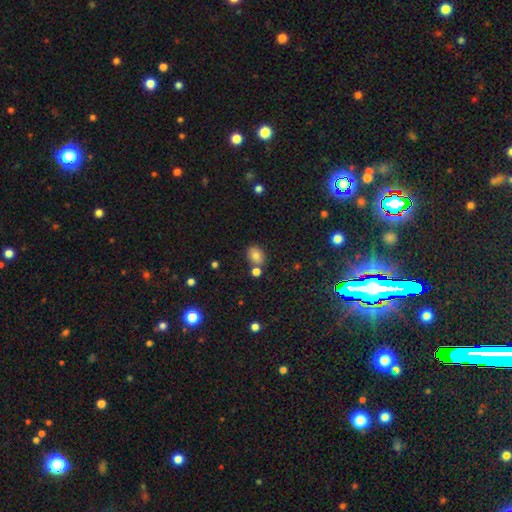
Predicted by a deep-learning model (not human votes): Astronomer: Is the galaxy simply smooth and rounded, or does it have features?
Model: smooth — 78%.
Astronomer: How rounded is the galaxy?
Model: in between — 57% (runner-up: round, 42%).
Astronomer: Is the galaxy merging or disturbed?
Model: none — 74%.